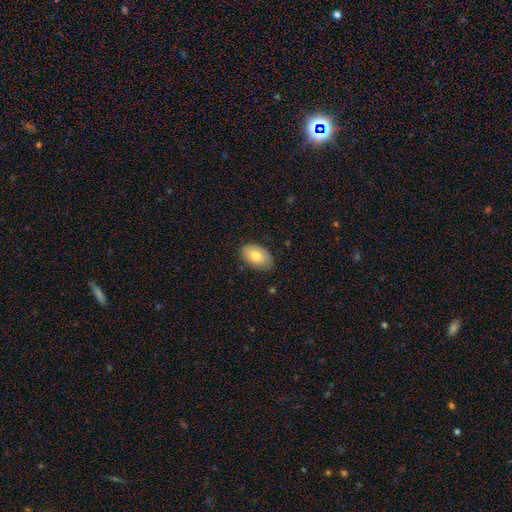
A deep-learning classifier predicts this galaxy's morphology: smooth_or_featured: smooth (p=0.74) [alt: featured or disk p=0.20]
how_rounded: in between (p=0.92) [alt: round p=0.07]
merging: none (p=0.77) [alt: minor disturbance p=0.18]